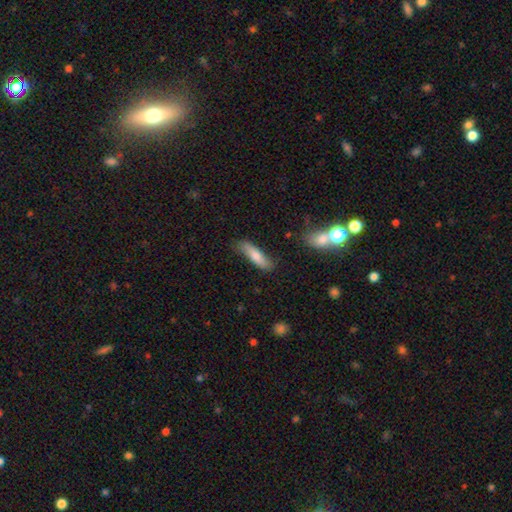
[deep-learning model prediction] A smooth galaxy with no disk features (70%) that is cigar-shaped (66%). Merging: none (72%).